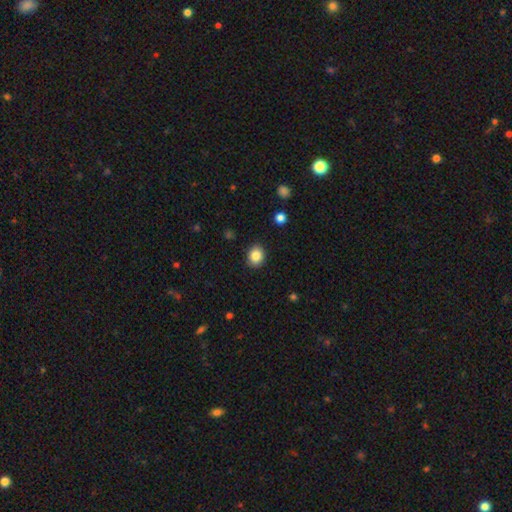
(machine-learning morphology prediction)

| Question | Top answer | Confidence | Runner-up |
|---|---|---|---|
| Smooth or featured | smooth | 86% | star or artifact (9%) |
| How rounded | round | 63% | in between (36%) |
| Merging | none | 88% | minor disturbance (8%) |